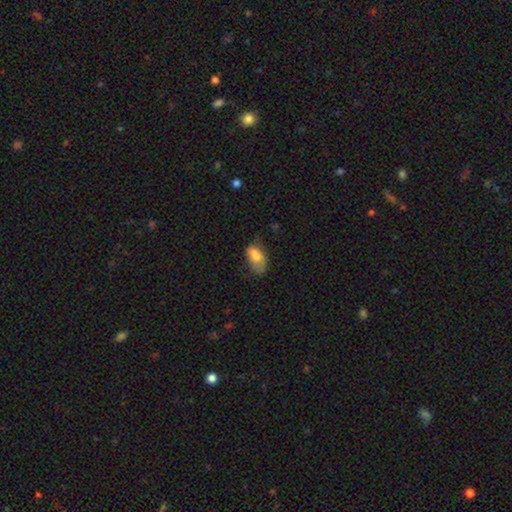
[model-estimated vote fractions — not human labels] This is likely a smooth galaxy (73%). How rounded: clearly in between (91%). Merging: marginally minor disturbance (35%, tied with none).